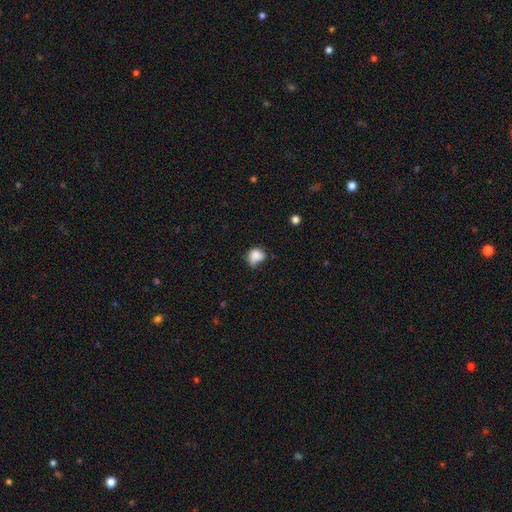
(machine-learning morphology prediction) This appears to be a smooth galaxy with no disk features (83%) that is round (58%). Merging: minor disturbance (41%).